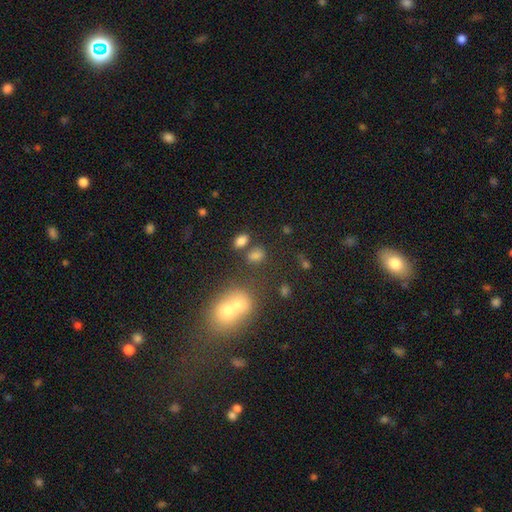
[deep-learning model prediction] A smooth galaxy with no disk features (73%) that is in between round and cigar-shaped (77%).

Vote fractions:
- Smooth or featured? smooth: 73% / star or artifact: 17% / featured or disk: 10%
- How rounded? in between: 77% / round: 21% / cigar-shaped: 2%
- Merging? none: 53% / merger: 31% / minor disturbance: 11% / major disturbance: 5%